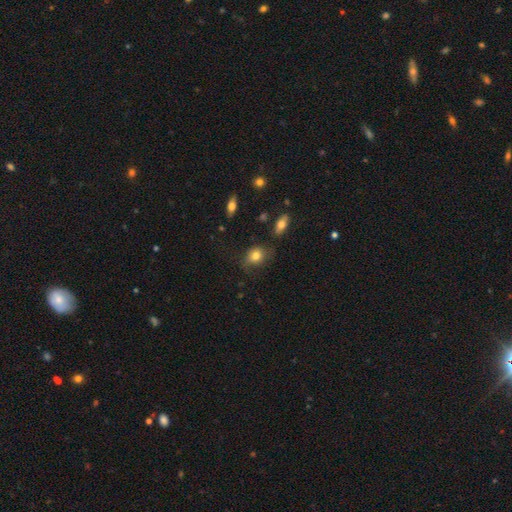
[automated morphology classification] Smooth or featured?
  - smooth: 79% *
  - featured or disk: 11%
  - star or artifact: 10%
How rounded?
  - in between: 51% *
  - round: 48%
  - cigar-shaped: 1%
Merging?
  - none: 62% *
  - minor disturbance: 25%
  - major disturbance: 9%
  - merger: 3%